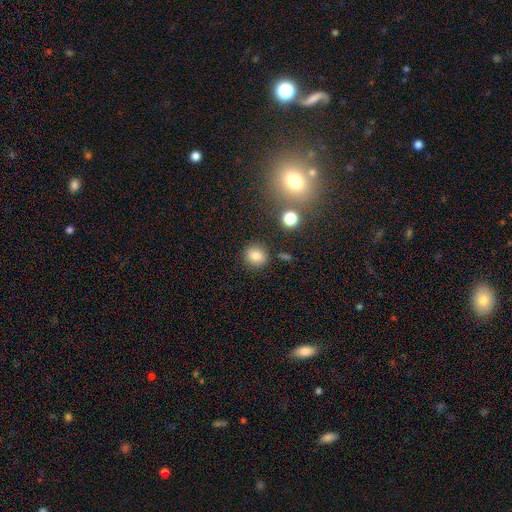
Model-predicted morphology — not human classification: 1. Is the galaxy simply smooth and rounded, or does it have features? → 81% smooth, 13% star or artifact, 7% featured or disk.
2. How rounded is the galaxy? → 84% round, 15% in between, 1% cigar-shaped.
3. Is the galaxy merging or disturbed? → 84% none, 9% minor disturbance, 4% merger, 3% major disturbance.